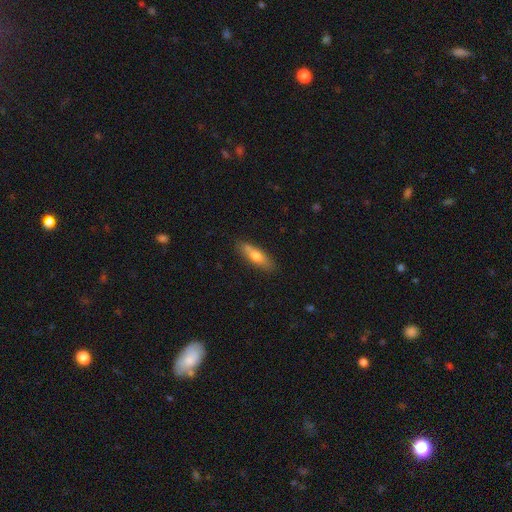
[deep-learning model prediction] Smooth or featured? Predicted: smooth (p=0.66). How rounded? Predicted: cigar-shaped (p=0.51). Merging? Predicted: none (p=0.80).